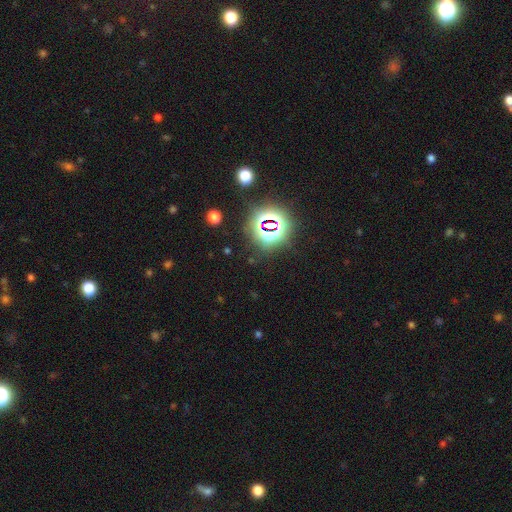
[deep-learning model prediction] This appears to be a star or artifact, not a galaxy (78%).